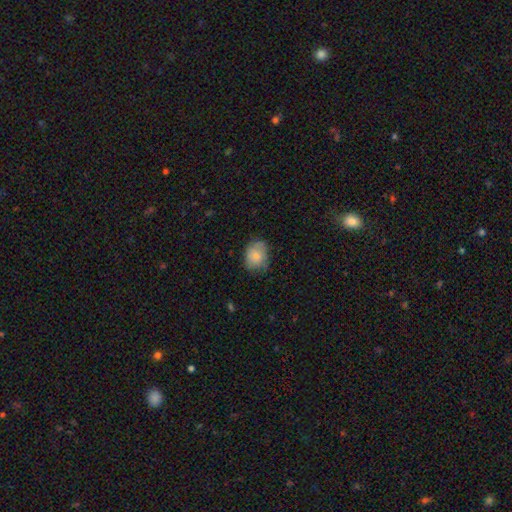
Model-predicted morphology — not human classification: Smooth or featured: smooth — 79% (featured or disk — 13%)
How rounded: in between — 55% (round — 44%)
Merging: none — 63% (minor disturbance — 29%)